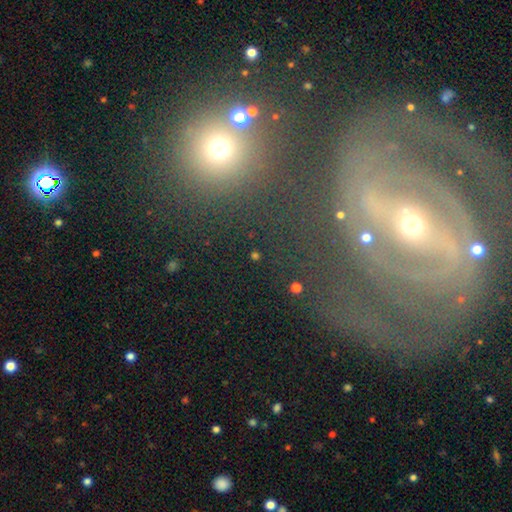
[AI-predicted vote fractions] Smooth or featured? Predicted: star or artifact (p=0.51).